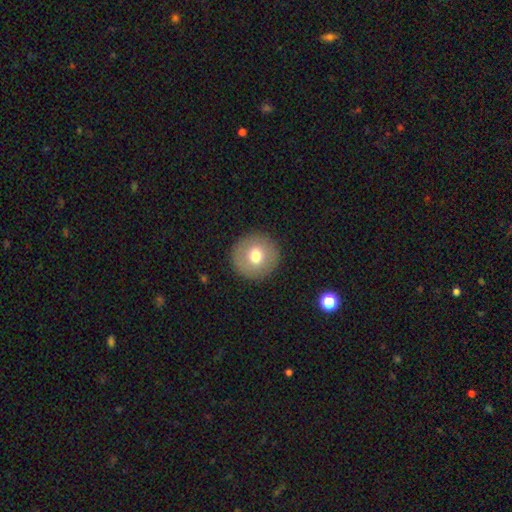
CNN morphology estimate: smooth_or_featured: smooth (p=0.70) [alt: featured or disk p=0.22]
how_rounded: round (p=0.95) [alt: in between p=0.04]
merging: none (p=0.91) [alt: minor disturbance p=0.06]